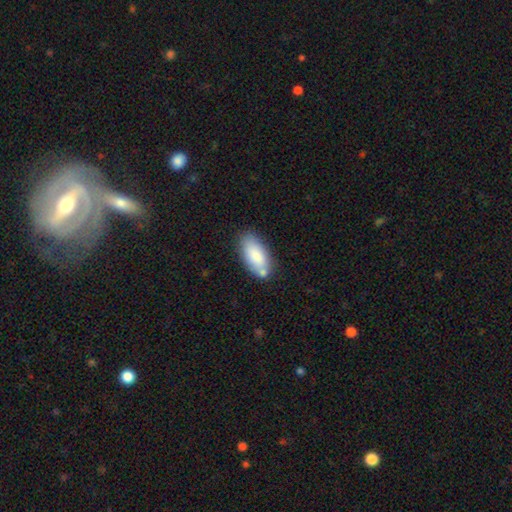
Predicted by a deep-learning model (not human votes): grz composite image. It shows a smooth galaxy with no disk features (83%) that is in between round and cigar-shaped (89%). Merging: none (68%).